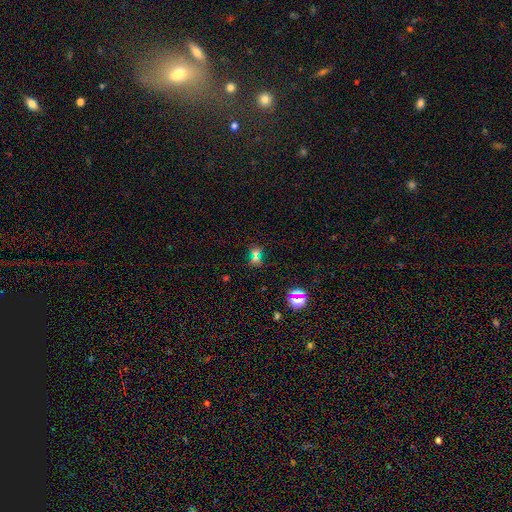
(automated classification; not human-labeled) smooth_or_featured: star or artifact (p=0.45) [alt: smooth p=0.43]